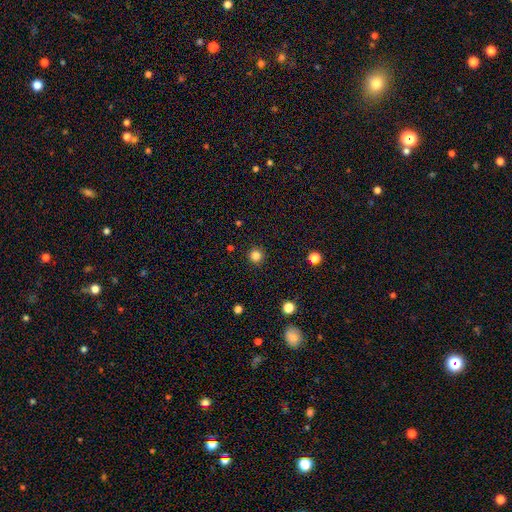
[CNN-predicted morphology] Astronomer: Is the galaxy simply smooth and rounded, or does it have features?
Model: smooth — 83%.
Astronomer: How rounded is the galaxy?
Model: round — 95%.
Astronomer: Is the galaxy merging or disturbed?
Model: none — 92%.